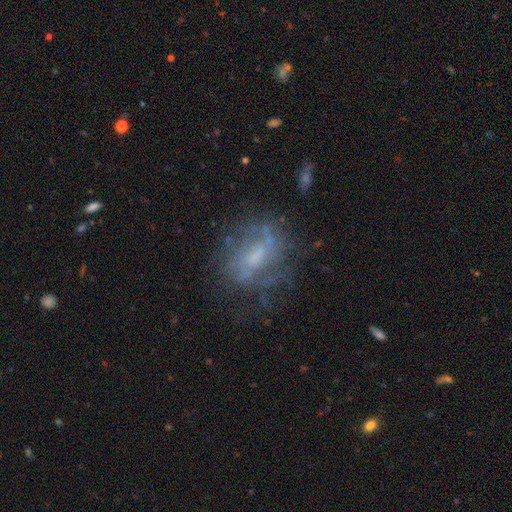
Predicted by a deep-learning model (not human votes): Smooth or featured? featured or disk (64%)
Edge-on disk? no (95%)
Bar? weak (44%)
Spiral arms? yes (62%)
Bulge size? small (37%)
Merging? none (57%)